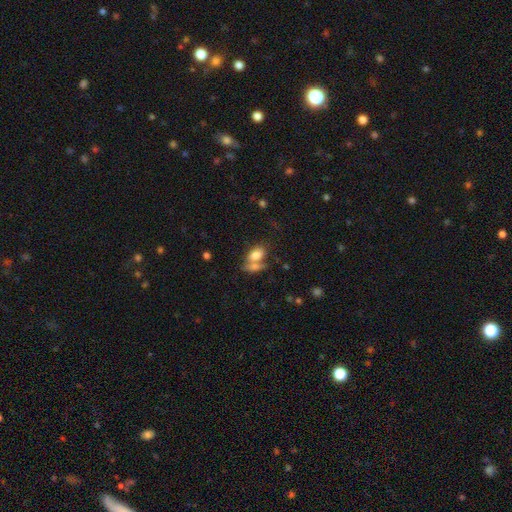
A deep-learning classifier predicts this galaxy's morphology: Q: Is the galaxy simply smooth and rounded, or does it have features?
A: smooth — 80%.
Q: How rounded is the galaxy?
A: in between — 84%.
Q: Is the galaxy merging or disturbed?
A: merger — 48%.